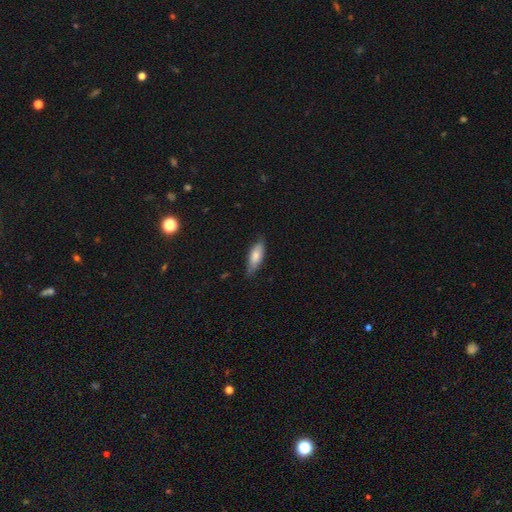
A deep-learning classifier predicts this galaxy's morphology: Smooth or featured: smooth — 76% (featured or disk — 18%)
How rounded: in between — 63% (cigar-shaped — 35%)
Merging: none — 76% (minor disturbance — 20%)